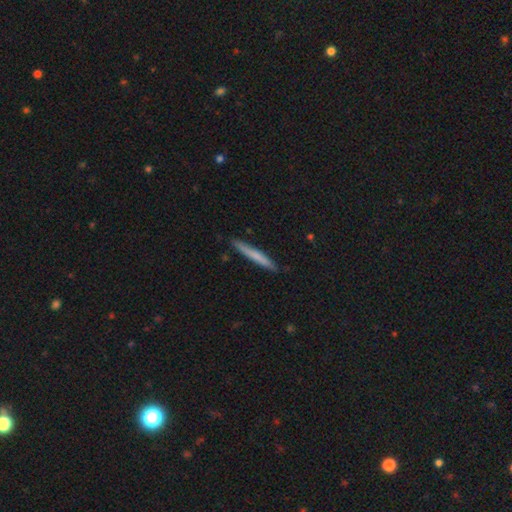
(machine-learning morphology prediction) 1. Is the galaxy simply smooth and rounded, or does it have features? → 65% smooth, 29% featured or disk, 6% star or artifact.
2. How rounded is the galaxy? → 96% cigar-shaped, 3% in between, 1% round.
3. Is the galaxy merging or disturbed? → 89% none, 9% minor disturbance, 1% major disturbance, 1% merger.